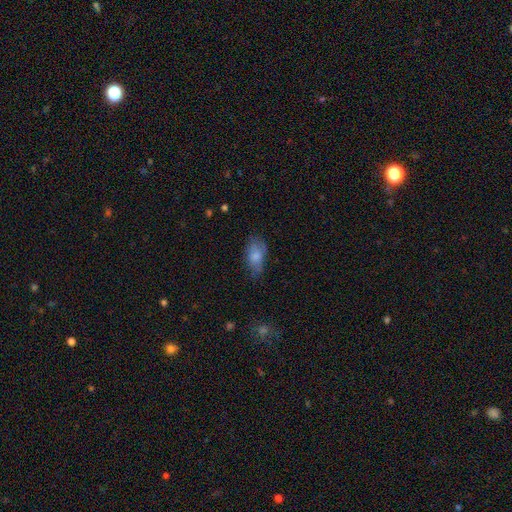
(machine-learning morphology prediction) Smooth or featured: smooth — 75% (featured or disk — 17%)
How rounded: in between — 90% (cigar-shaped — 6%)
Merging: none — 52% (minor disturbance — 32%)